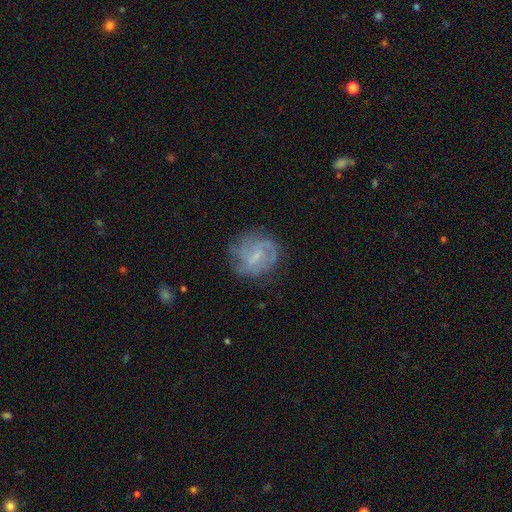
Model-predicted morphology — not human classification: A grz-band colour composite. It shows a featured or disk galaxy (69%) with a weak bar (53%), tight (41%, tied with medium) spiral arms (83%) and a small central bulge (56%). Merging: none (70%).